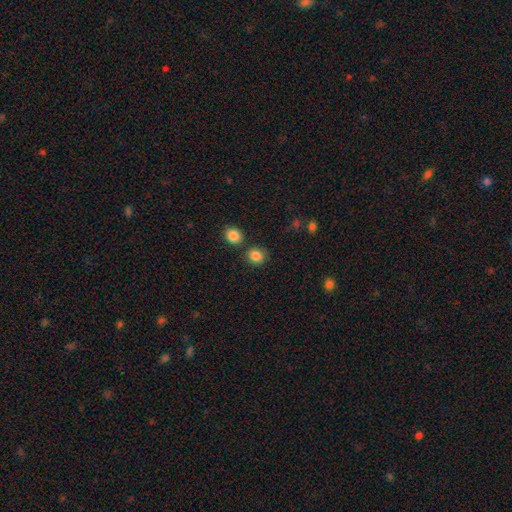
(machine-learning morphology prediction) Smooth or featured? smooth (86%)
How rounded? round (82%)
Merging? none (78%)